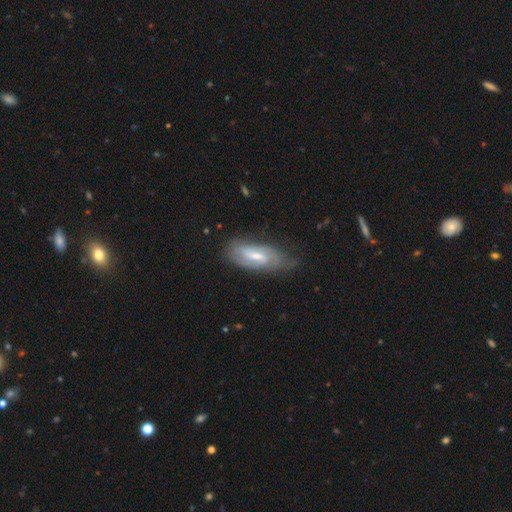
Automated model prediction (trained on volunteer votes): Smooth or featured? featured or disk (79%)
Edge-on disk? no (92%)
Bar? weak (56%)
Spiral arms? yes (93%)
Spiral winding? medium (43%)
Spiral arm count? 2 (66%)
Bulge size? small (47%)
Merging? none (64%)